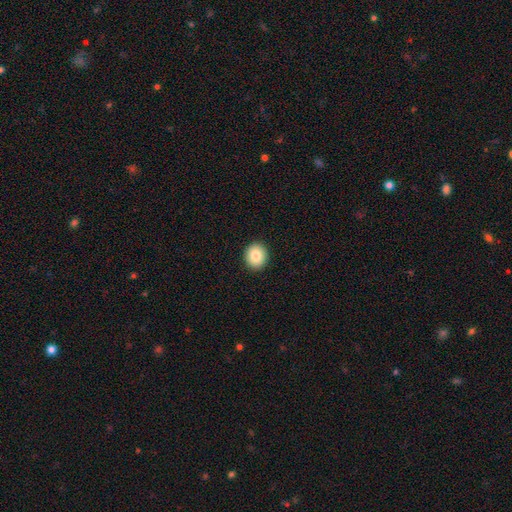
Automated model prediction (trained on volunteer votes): Smooth or featured?
  - smooth: 86% *
  - star or artifact: 8%
  - featured or disk: 6%
How rounded?
  - round: 77% *
  - in between: 22%
  - cigar-shaped: 1%
Merging?
  - none: 92% *
  - minor disturbance: 5%
  - major disturbance: 2%
  - merger: 1%